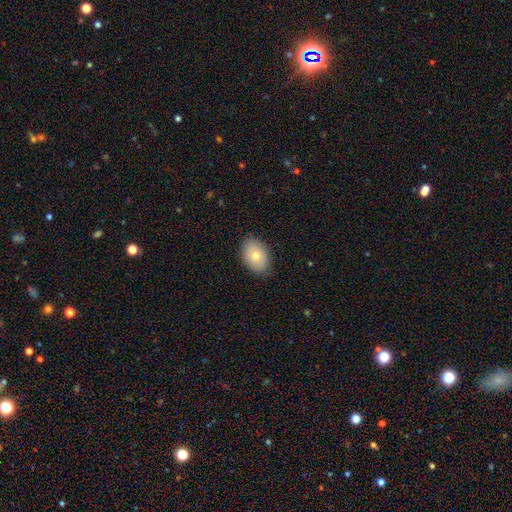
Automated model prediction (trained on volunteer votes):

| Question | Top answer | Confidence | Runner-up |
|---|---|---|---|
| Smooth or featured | smooth | 77% | featured or disk (15%) |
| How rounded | in between | 82% | round (17%) |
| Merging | none | 85% | minor disturbance (12%) |